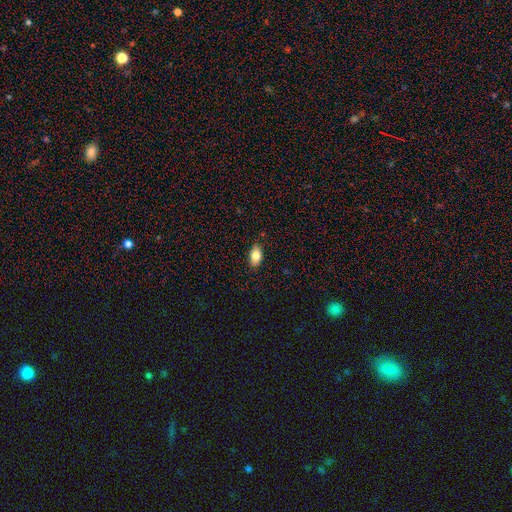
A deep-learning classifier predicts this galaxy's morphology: This appears to be a smooth galaxy with no disk features (82%) that is in between round and cigar-shaped (90%). Merging: none (86%).